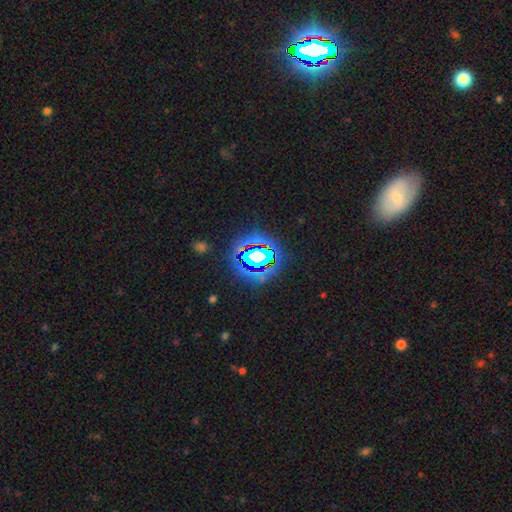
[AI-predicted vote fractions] Smooth or featured? Predicted: star or artifact (p=0.66).